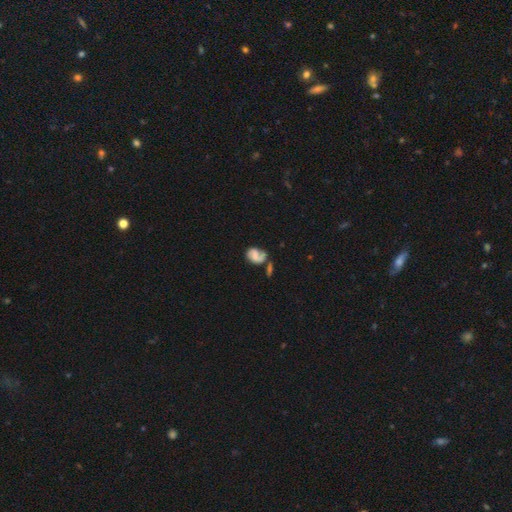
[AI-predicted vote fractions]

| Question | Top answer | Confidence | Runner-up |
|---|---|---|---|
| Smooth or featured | featured or disk | 57% | smooth (34%) |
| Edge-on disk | no | 97% | yes (3%) |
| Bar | no | 60% | weak (30%) |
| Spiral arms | yes | 82% | no (18%) |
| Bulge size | none | 49% | small (28%) |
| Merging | none | 37% | merger (23%) |